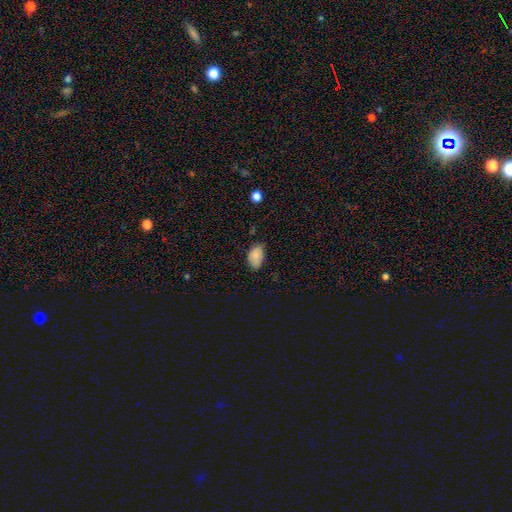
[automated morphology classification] Smooth or featured? smooth (84%)
How rounded? in between (91%)
Merging? none (66%)